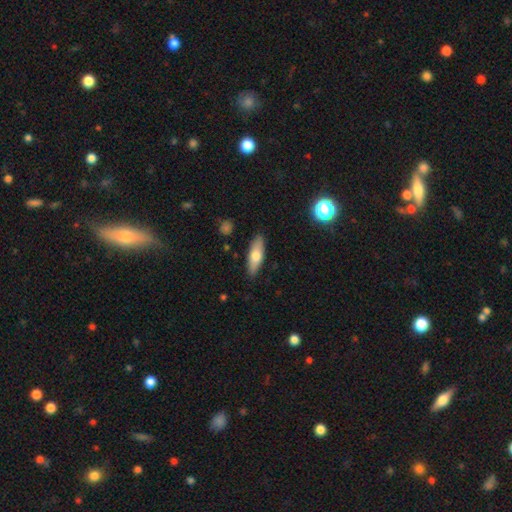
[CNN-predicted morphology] Smooth or featured? smooth (64%)
How rounded? in between (55%)
Merging? none (87%)